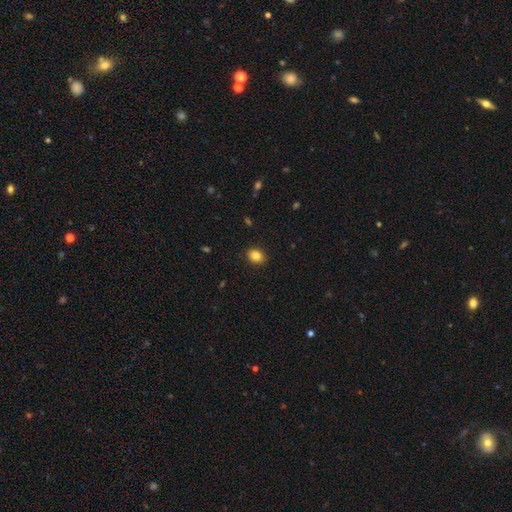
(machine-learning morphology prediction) smooth-or-featured: smooth: 84% | star or artifact: 10% | featured or disk: 6%
  how-rounded: in between: 56% | round: 44% | cigar-shaped: 1%
  merging: none: 90% | minor disturbance: 7% | major disturbance: 2% | merger: 1%